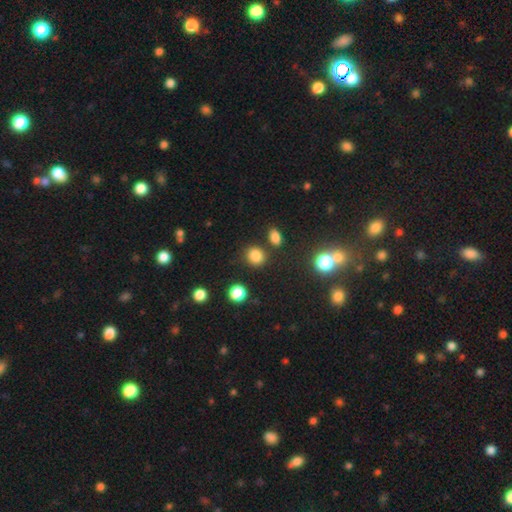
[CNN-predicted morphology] The model was most divided on "how rounded": round: 78%, in between: 21%, cigar-shaped: 1%. More confident: smooth or featured — smooth (82%); merging — none (80%).